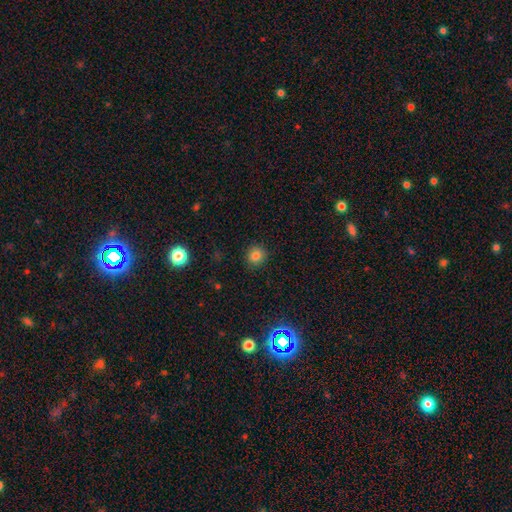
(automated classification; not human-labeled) Smooth or featured? Predicted: smooth (p=0.81). How rounded? Predicted: round (p=0.91). Merging? Predicted: none (p=0.91).